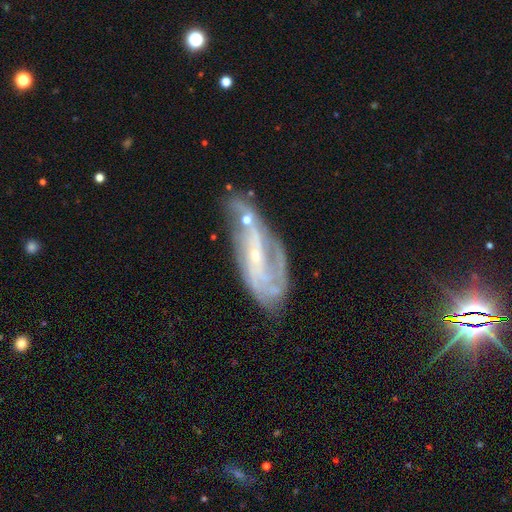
A featured or disk galaxy (84%) with no bar (56%), loose (44%) spiral arms (93%) and a small central bulge (89%). Merging: none (38%).